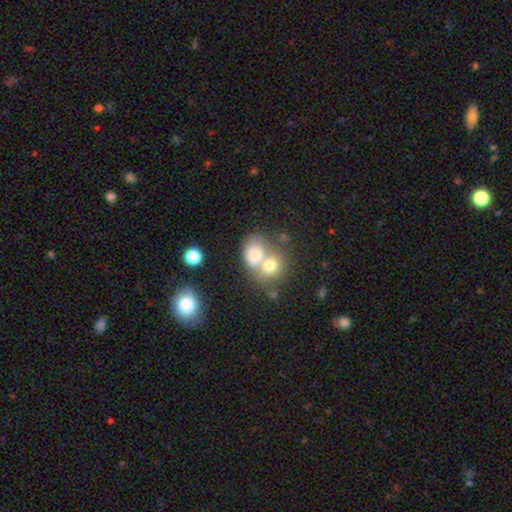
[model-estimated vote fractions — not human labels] This is likely a smooth galaxy (69%). How rounded: possibly round (53%). Merging: likely merger (63%).